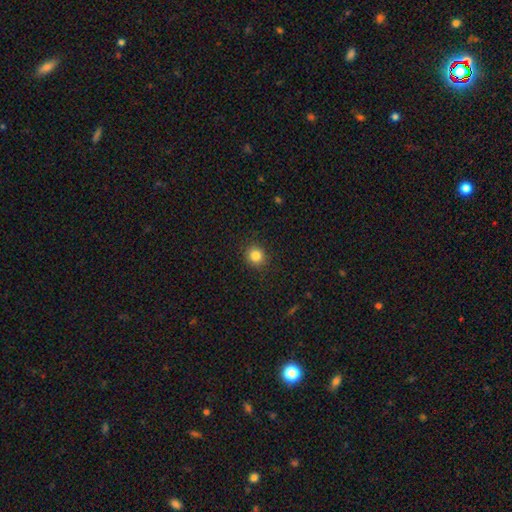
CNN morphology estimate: The model was most divided on "smooth or featured": smooth: 84%, star or artifact: 11%, featured or disk: 5%. More confident: merging — none (90%); how rounded — round (89%).